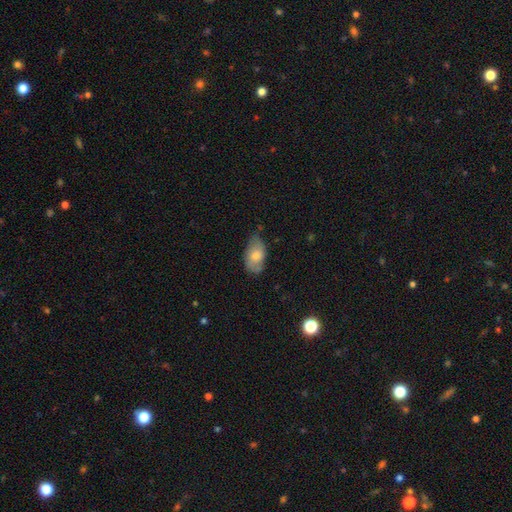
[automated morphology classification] smooth_or_featured: smooth (p=0.69) [alt: featured or disk p=0.24]
how_rounded: in between (p=0.93) [alt: round p=0.05]
merging: none (p=0.55) [alt: minor disturbance p=0.34]